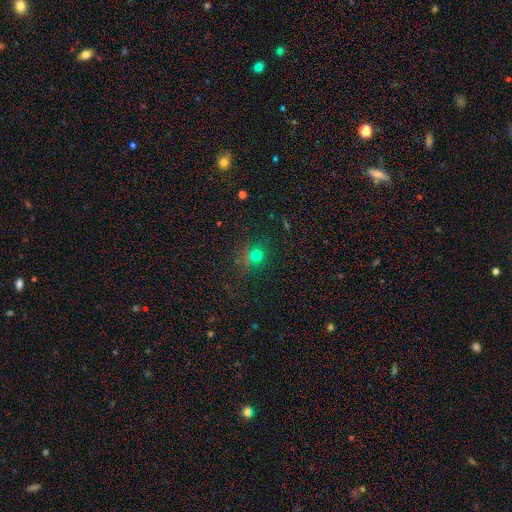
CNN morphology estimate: This is likely a smooth galaxy (63%). How rounded: clearly round (85%). Merging: likely none (80%).